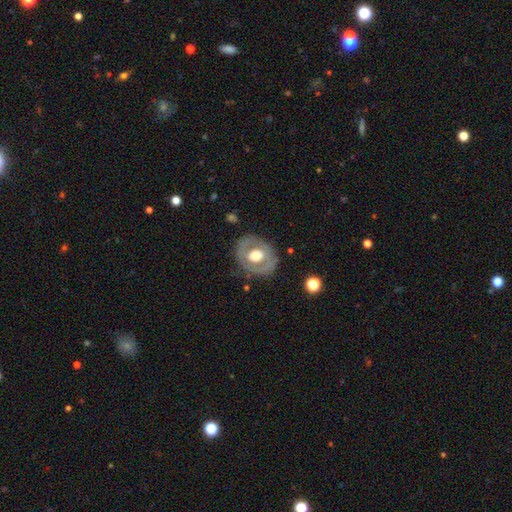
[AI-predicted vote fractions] Smooth or featured: featured or disk — 57% (smooth — 37%)
Edge-on disk: no — 94% (yes — 6%)
Bar: no — 75% (weak — 18%)
Spiral arms: no — 81% (yes — 19%)
Bulge size: moderate — 49% (large — 43%)
Merging: none — 77% (minor disturbance — 15%)